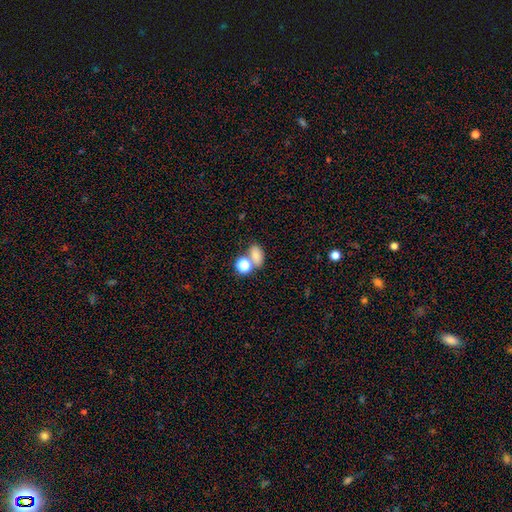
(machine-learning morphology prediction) smooth 77%, star or artifact 14%, featured or disk 9%. Down the decision tree: how rounded — in between (77%); merging — none (48%).